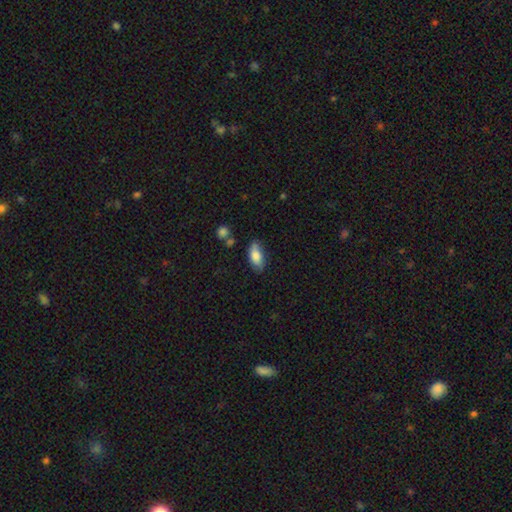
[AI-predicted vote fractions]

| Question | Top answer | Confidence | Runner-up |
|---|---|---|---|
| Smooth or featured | smooth | 80% | featured or disk (13%) |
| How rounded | in between | 87% | cigar-shaped (10%) |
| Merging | none | 71% | minor disturbance (21%) |